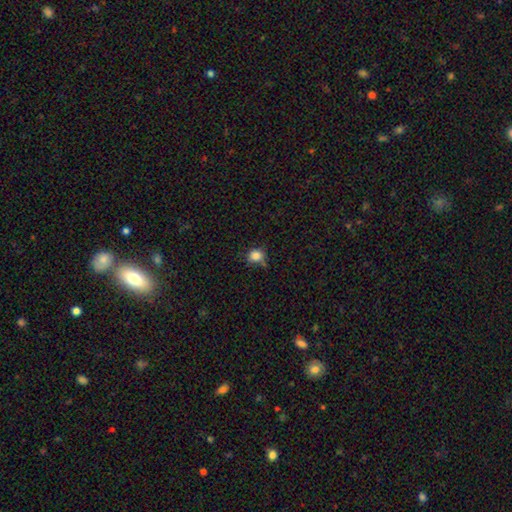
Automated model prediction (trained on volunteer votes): smooth 84%, star or artifact 11%, featured or disk 5%. Down the decision tree: how rounded — round (77%); merging — none (68%).